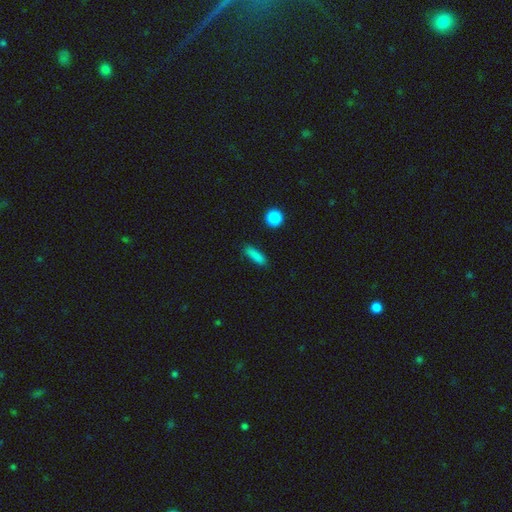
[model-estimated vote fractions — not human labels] Smooth or featured? smooth (84%)
How rounded? cigar-shaped (65%)
Merging? none (79%)